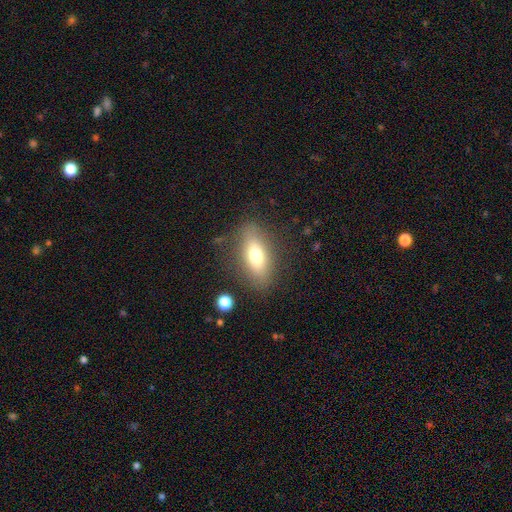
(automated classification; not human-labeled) A smooth galaxy with no disk features (68%) that is in between round and cigar-shaped (77%). Merging: none (81%).